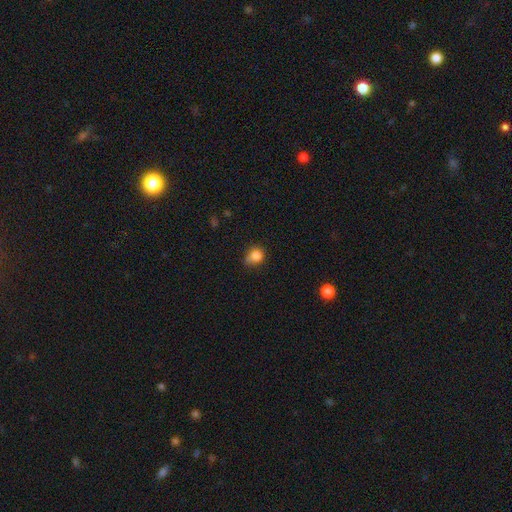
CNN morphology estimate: A smooth galaxy with no disk features (83%) that is round (67%). Merging: none (51%).